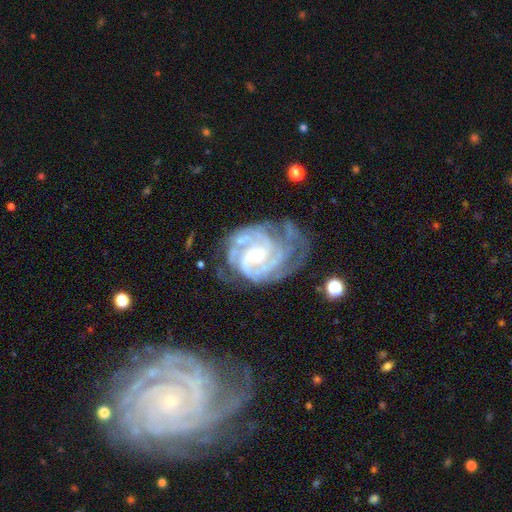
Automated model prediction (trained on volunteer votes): Morphology: type=featured or disk (91%); edge-on=no (98%); bar=no (59%); spiral arms=yes (98%); winding=tight (65%); arm count=3 (27%); bulge=small (56%); merging=none (55%).